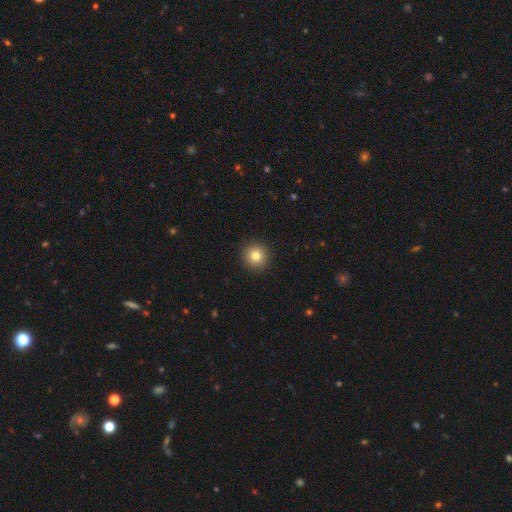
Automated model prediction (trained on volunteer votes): Morphology: type=smooth (81%); roundness=round (94%); merging=none (93%).